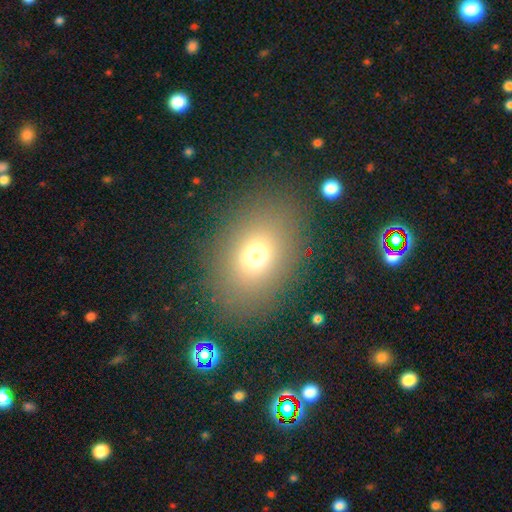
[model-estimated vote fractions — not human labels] Morphology: type=smooth (70%); roundness=in between (61%); merging=none (83%).